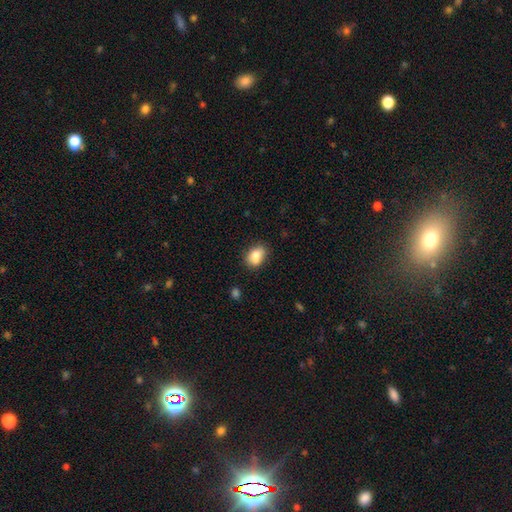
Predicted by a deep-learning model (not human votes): Smooth or featured? Predicted: smooth (p=0.81). How rounded? Predicted: in between (p=0.74). Merging? Predicted: none (p=0.66).